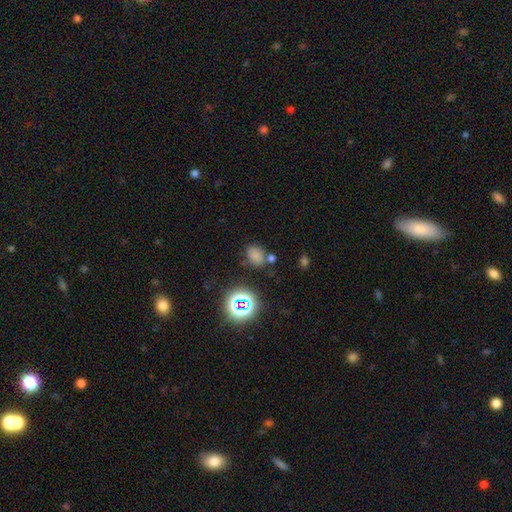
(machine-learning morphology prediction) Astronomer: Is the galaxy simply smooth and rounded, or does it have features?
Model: smooth — 70%.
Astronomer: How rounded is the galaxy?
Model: in between — 61% (runner-up: round, 38%).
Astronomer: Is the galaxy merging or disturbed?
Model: none — 65%.